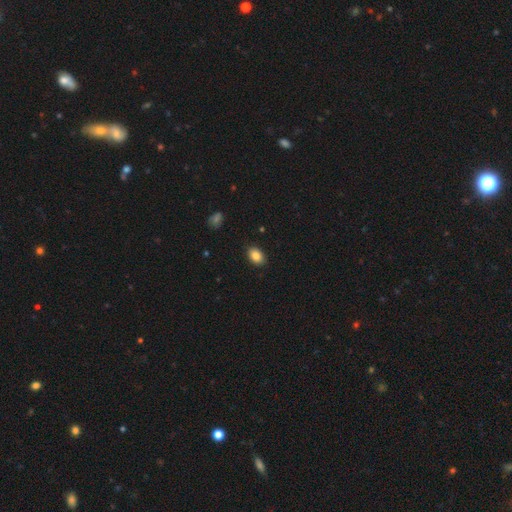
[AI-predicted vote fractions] Smooth or featured? smooth (86%)
How rounded? in between (82%)
Merging? none (89%)